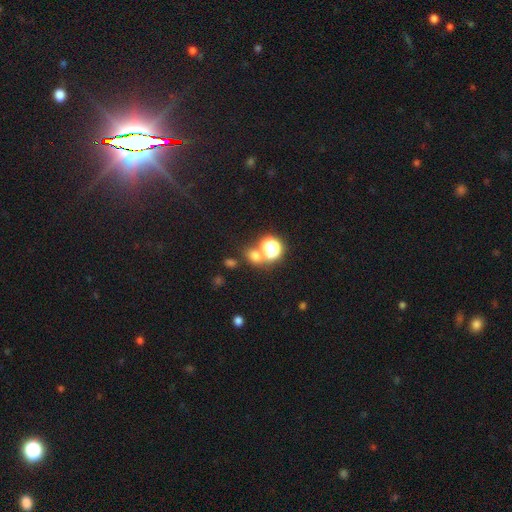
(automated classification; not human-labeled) smooth-or-featured: smooth: 60% | star or artifact: 33% | featured or disk: 7%
  how-rounded: round: 71% | in between: 27% | cigar-shaped: 1%
  merging: none: 65% | merger: 23% | minor disturbance: 9% | major disturbance: 4%